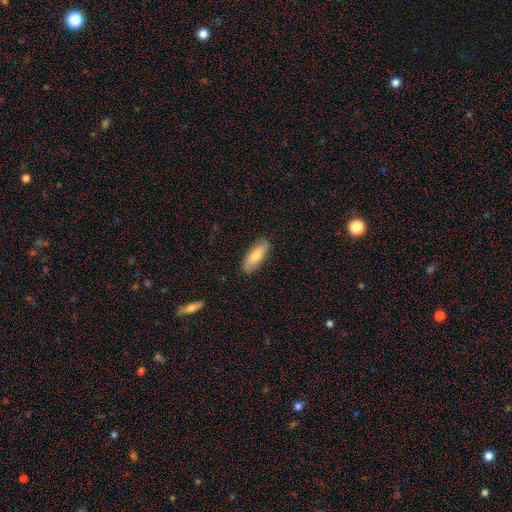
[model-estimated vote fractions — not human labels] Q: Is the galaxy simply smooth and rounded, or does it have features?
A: smooth — 72%.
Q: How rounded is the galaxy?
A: in between — 75%.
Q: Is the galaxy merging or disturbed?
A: none — 84%.